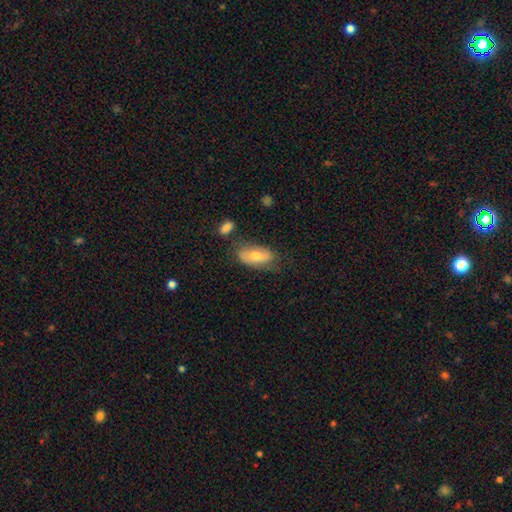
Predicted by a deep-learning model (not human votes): Smooth or featured: smooth — 64% (featured or disk — 28%)
How rounded: in between — 87% (cigar-shaped — 10%)
Merging: none — 69% (minor disturbance — 21%)